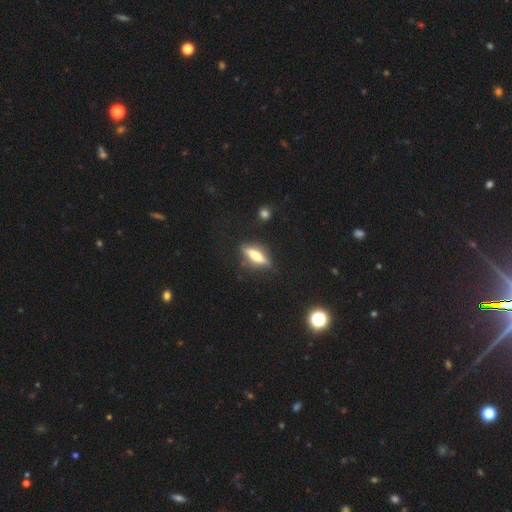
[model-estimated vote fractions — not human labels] smooth_or_featured: featured or disk (p=0.47) [alt: smooth p=0.46]
merging: none (p=0.81) [alt: minor disturbance p=0.13]